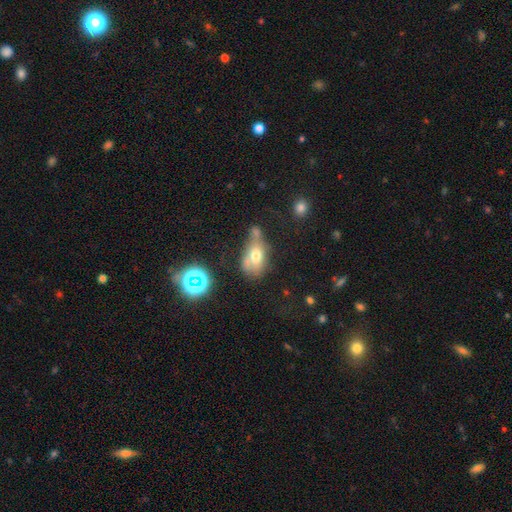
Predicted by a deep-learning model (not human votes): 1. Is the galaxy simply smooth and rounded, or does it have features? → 61% smooth, 24% featured or disk, 16% star or artifact.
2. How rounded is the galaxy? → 81% in between, 15% round, 4% cigar-shaped.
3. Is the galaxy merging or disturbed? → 30% merger, 29% none, 23% minor disturbance, 17% major disturbance.